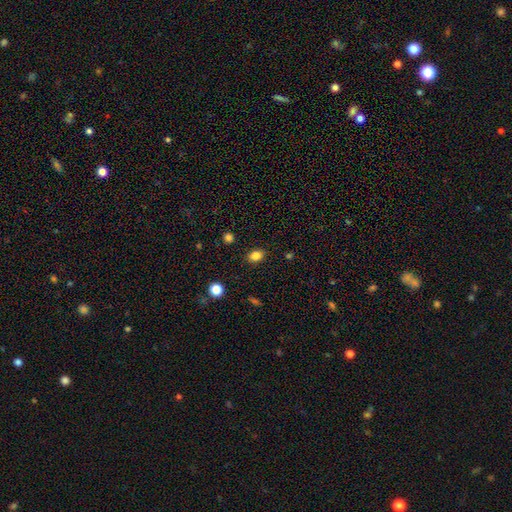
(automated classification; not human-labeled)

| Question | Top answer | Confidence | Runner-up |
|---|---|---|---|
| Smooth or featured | smooth | 83% | star or artifact (11%) |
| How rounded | in between | 71% | round (28%) |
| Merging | none | 87% | minor disturbance (9%) |